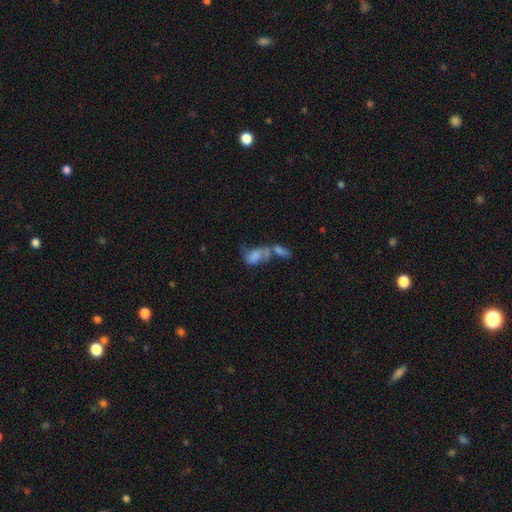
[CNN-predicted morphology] smooth 65%, featured or disk 25%, star or artifact 10%. Down the decision tree: how rounded — in between (88%); merging — merger (60%).